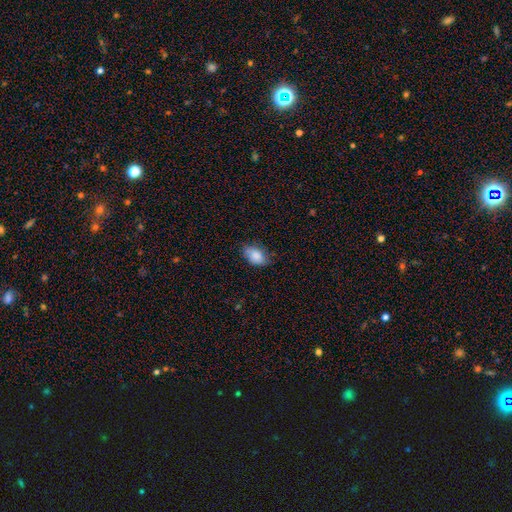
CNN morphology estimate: smooth 83%, featured or disk 10%, star or artifact 8%. Down the decision tree: how rounded — in between (89%); merging — none (64%).